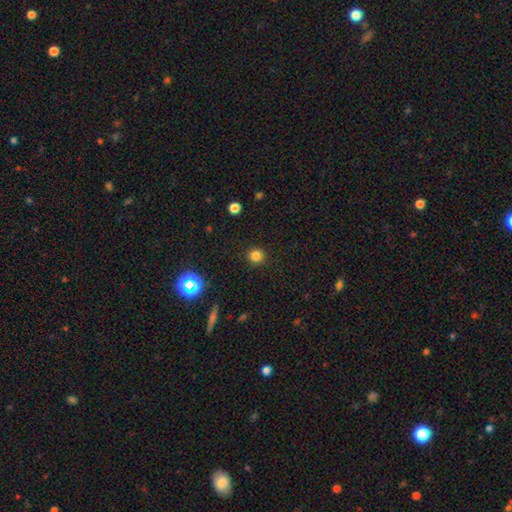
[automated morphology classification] A smooth galaxy with no disk features (81%) that is round (93%).

Vote fractions:
- Smooth or featured? smooth: 81% / star or artifact: 15% / featured or disk: 4%
- How rounded? round: 93% / in between: 6% / cigar-shaped: 1%
- Merging? none: 91% / minor disturbance: 6% / major disturbance: 2% / merger: 1%